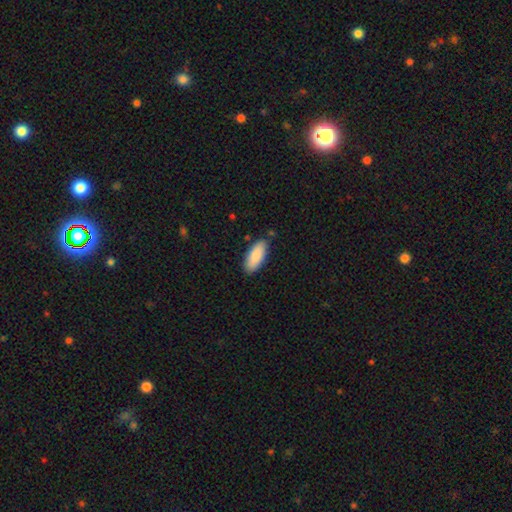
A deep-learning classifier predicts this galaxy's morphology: smooth_or_featured: smooth (p=0.88) [alt: featured or disk p=0.06]
how_rounded: in between (p=0.83) [alt: cigar-shaped p=0.16]
merging: none (p=0.83) [alt: minor disturbance p=0.13]